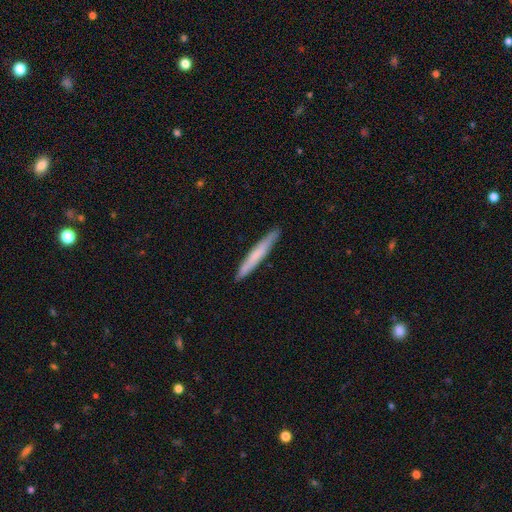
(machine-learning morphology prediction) smooth_or_featured: smooth (p=0.63) [alt: featured or disk p=0.31]
how_rounded: cigar-shaped (p=0.96) [alt: in between p=0.02]
merging: none (p=0.91) [alt: minor disturbance p=0.07]